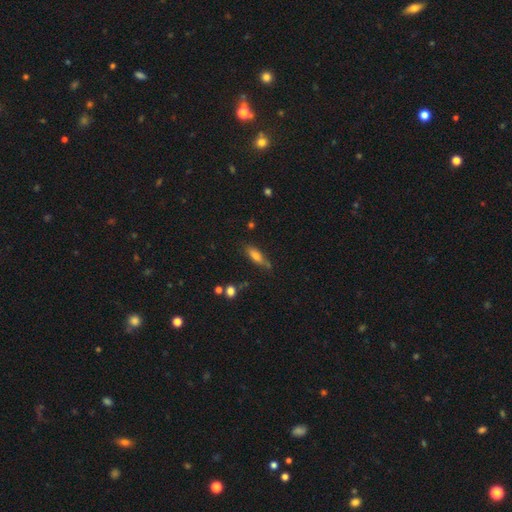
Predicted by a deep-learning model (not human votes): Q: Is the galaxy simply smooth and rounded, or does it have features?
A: smooth — 71%.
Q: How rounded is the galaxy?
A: in between — 55%.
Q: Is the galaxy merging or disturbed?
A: none — 67%.